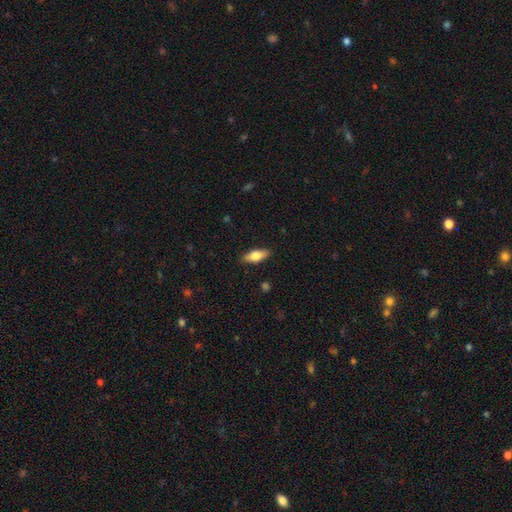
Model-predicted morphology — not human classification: A smooth galaxy with no disk features (69%) that is in between round and cigar-shaped (71%). Merging: none (89%).